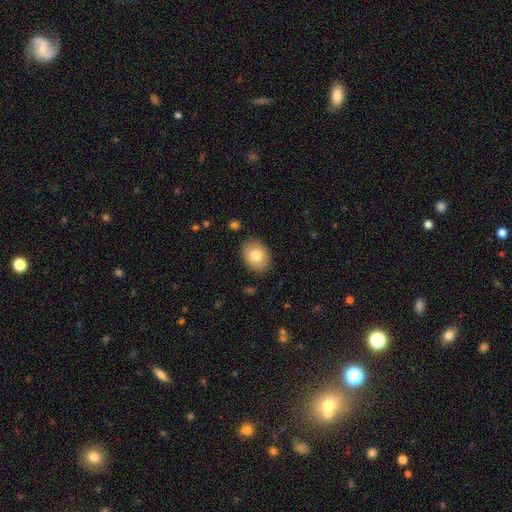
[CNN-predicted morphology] Q: Smooth or featured?
A: smooth (80%); runner-up: featured or disk (13%)
Q: How rounded?
A: in between (67%); runner-up: round (32%)
Q: Merging?
A: none (87%); runner-up: minor disturbance (10%)